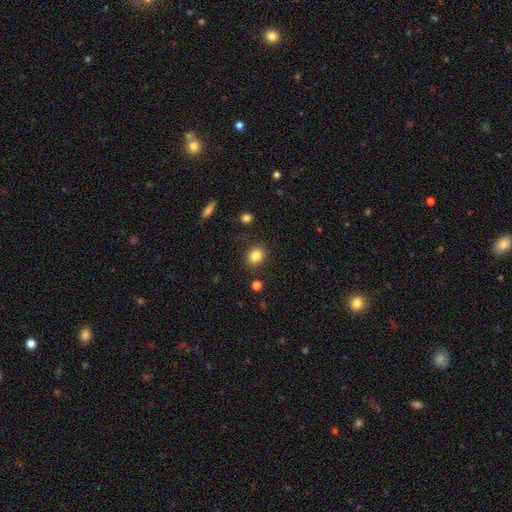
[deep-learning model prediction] Morphology: type=smooth (83%); roundness=round (64%); merging=none (84%).